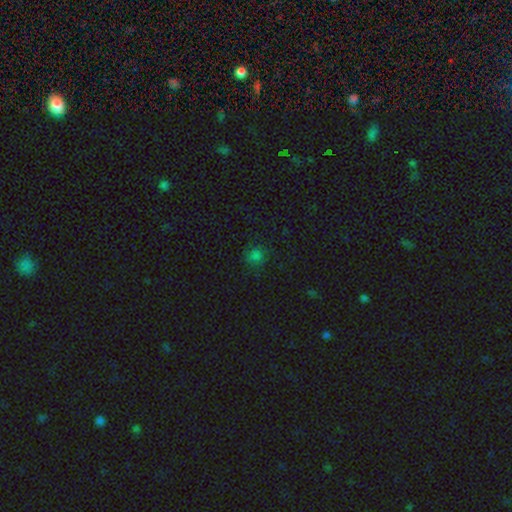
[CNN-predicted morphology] This is likely a smooth galaxy (73%). How rounded: clearly round (87%). Merging: clearly none (81%).